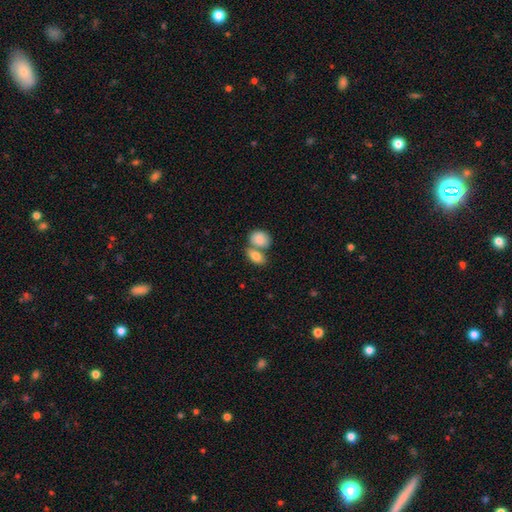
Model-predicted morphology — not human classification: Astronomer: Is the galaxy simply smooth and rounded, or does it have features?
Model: smooth — 84%.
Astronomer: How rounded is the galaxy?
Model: in between — 84%.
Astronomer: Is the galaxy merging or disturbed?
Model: merger — 54% (runner-up: none, 35%).